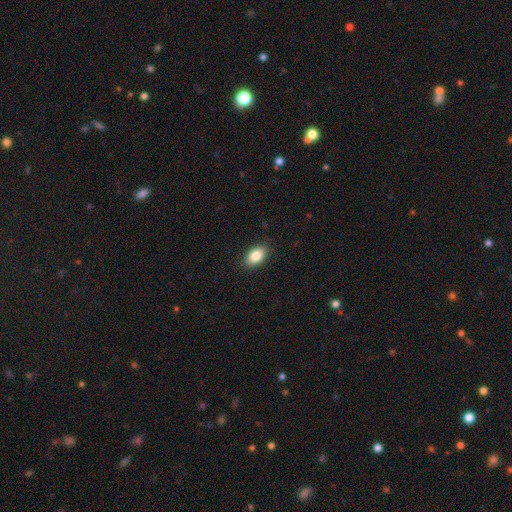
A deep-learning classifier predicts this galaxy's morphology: Smooth or featured: smooth — 86% (star or artifact — 7%)
How rounded: in between — 91% (round — 6%)
Merging: none — 88% (minor disturbance — 9%)